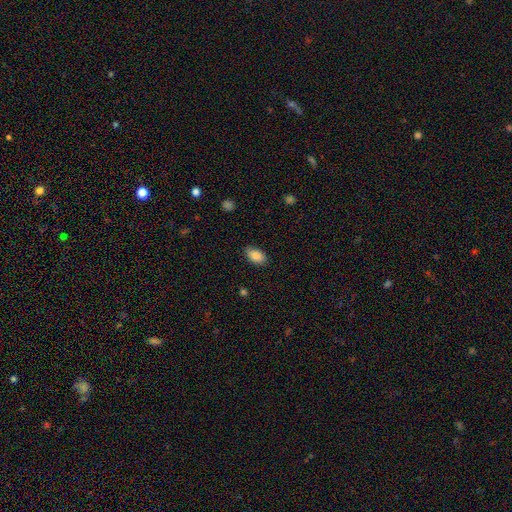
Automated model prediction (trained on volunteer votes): Morphology: type=smooth (86%); roundness=in between (92%); merging=none (82%).